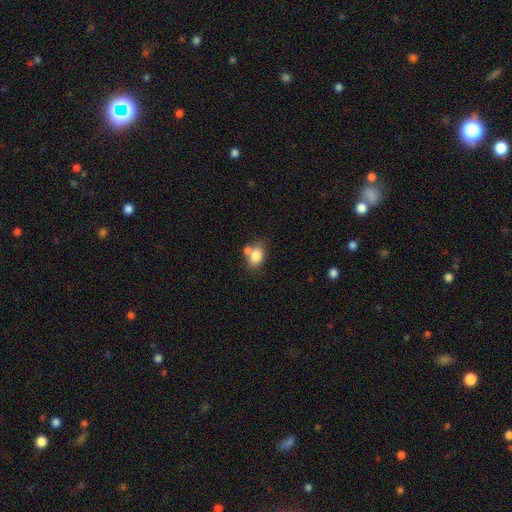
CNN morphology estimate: smooth 81%, featured or disk 10%, star or artifact 9%. Down the decision tree: how rounded — in between (74%); merging — none (48%).